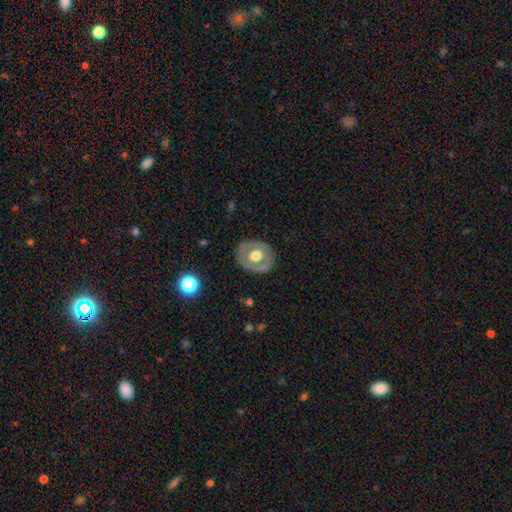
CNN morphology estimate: featured or disk 50%, smooth 44%, star or artifact 6%. Down the decision tree: merging — none (81%).